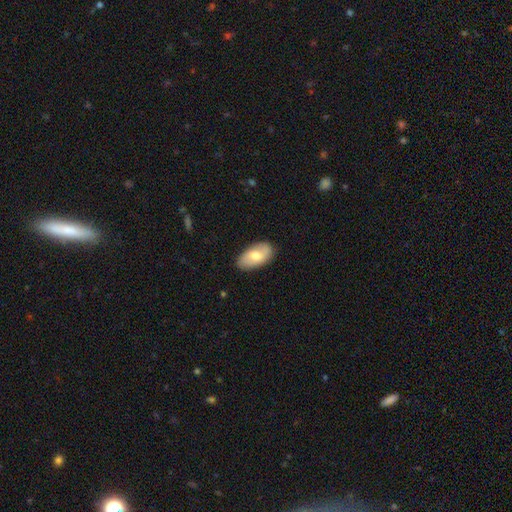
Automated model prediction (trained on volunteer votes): Smooth or featured? Predicted: smooth (p=0.62). How rounded? Predicted: in between (p=0.94). Merging? Predicted: none (p=0.83).